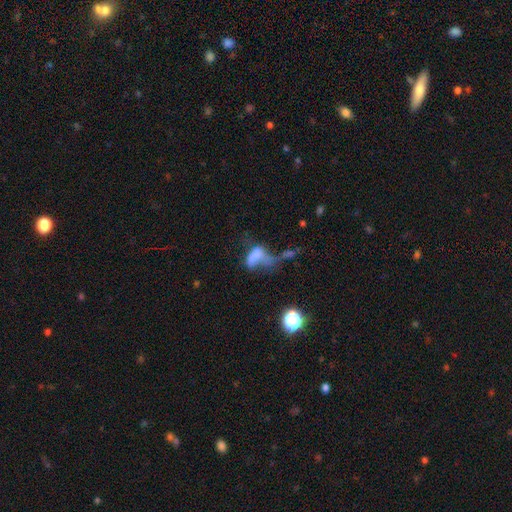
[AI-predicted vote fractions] This is possibly a smooth galaxy (52%). How rounded: clearly in between (81%). Merging: marginally major disturbance (44%).